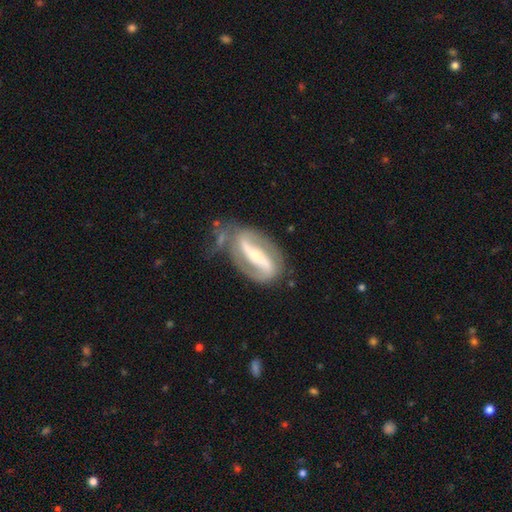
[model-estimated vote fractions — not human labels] A featured or disk galaxy (83%) with a strong bar (60%), 2 (79%) medium (42%) spiral arms (89%) and a moderate central bulge (45%).

Vote fractions:
- Smooth or featured? featured or disk: 83% / smooth: 10% / star or artifact: 7%
- Edge-on disk? no: 92% / yes: 8%
- Bar? strong: 60% / weak: 29% / no: 12%
- Spiral arms? yes: 89% / no: 11%
- Spiral winding? medium: 42% / loose: 29% / tight: 28%
- Spiral arm count? 2: 79% / can't tell: 9% / 1: 7% / 3: 2% / 4: 1% / more than 4: 1%
- Bulge size? moderate: 45% / small: 44% / large: 6% / none: 4% / dominant: 1%
- Merging? none: 56% / minor disturbance: 24% / major disturbance: 15% / merger: 4%